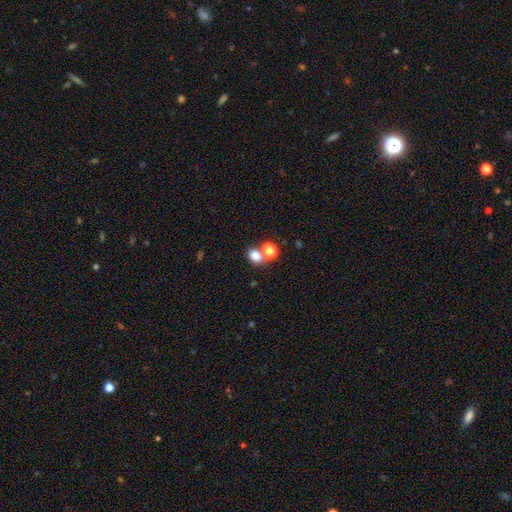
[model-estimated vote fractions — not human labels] A smooth galaxy with no disk features (78%) that is in between round and cigar-shaped (56%). Merging: none (53%).